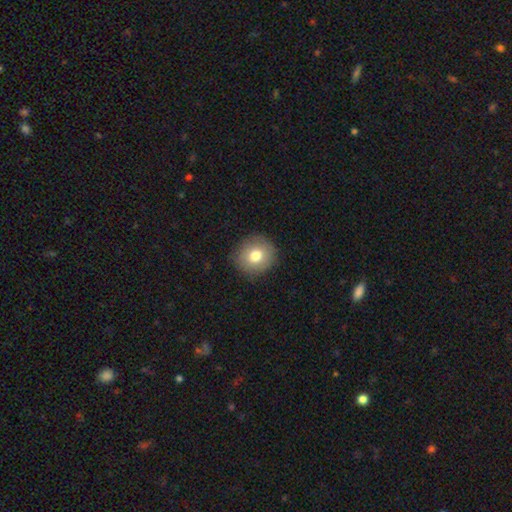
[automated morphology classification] This appears to be a smooth galaxy with no disk features (77%) that is round (87%). Merging: none (86%).